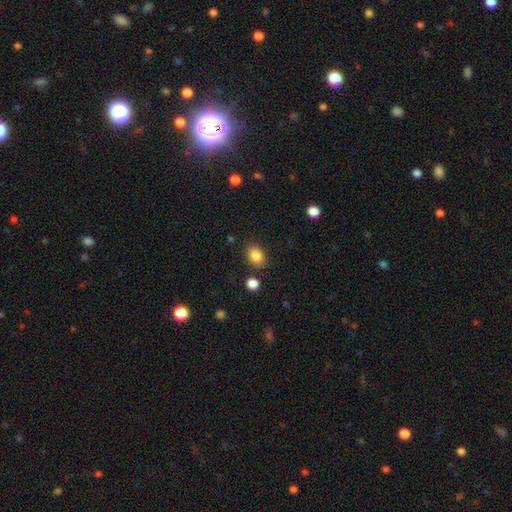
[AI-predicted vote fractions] smooth_or_featured: smooth (p=0.85) [alt: star or artifact p=0.09]
how_rounded: in between (p=0.72) [alt: round p=0.26]
merging: none (p=0.83) [alt: minor disturbance p=0.11]